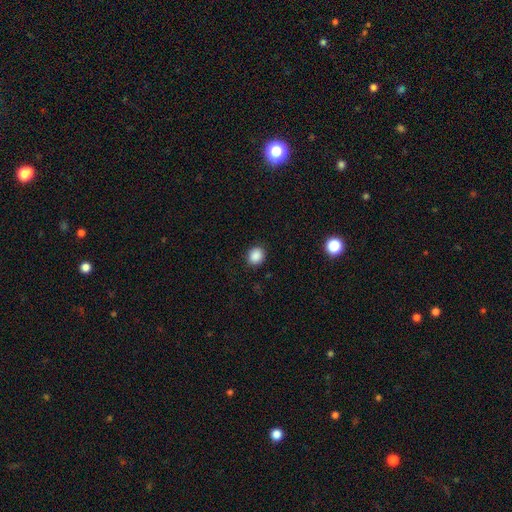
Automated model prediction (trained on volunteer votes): smooth-or-featured: smooth: 88% | star or artifact: 9% | featured or disk: 3%
  how-rounded: round: 78% | in between: 21% | cigar-shaped: 1%
  merging: none: 89% | minor disturbance: 7% | major disturbance: 2% | merger: 1%